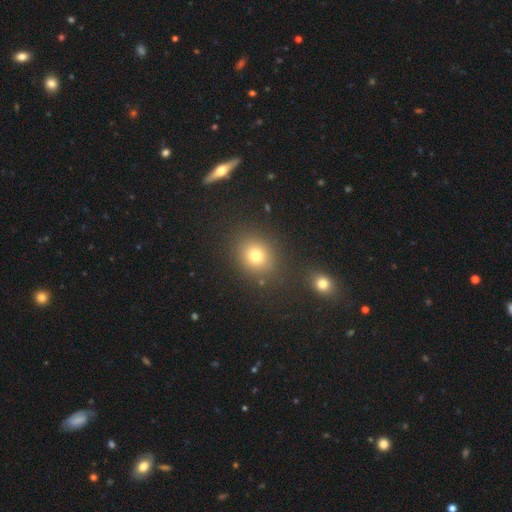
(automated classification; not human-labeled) Smooth or featured? Predicted: smooth (p=0.76). How rounded? Predicted: round (p=0.69). Merging? Predicted: none (p=0.81).